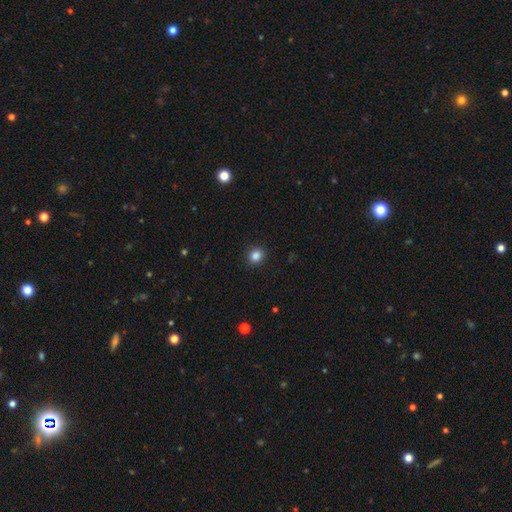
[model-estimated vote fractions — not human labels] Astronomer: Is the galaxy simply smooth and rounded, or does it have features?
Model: smooth — 85%.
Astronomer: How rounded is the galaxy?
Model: round — 83%.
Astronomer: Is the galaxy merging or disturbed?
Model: none — 91%.